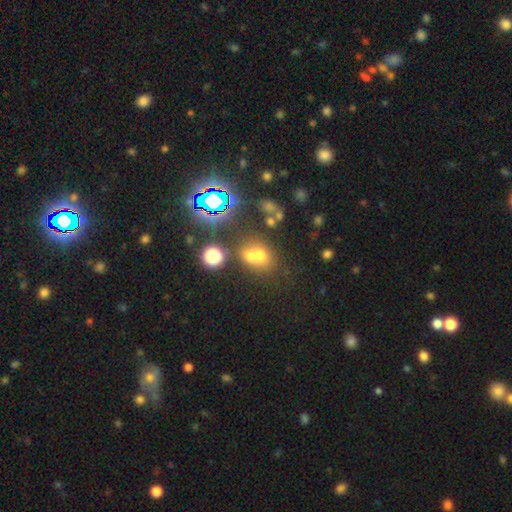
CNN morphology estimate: type=smooth (57%); roundness=round (57%); merging=merger (54%).